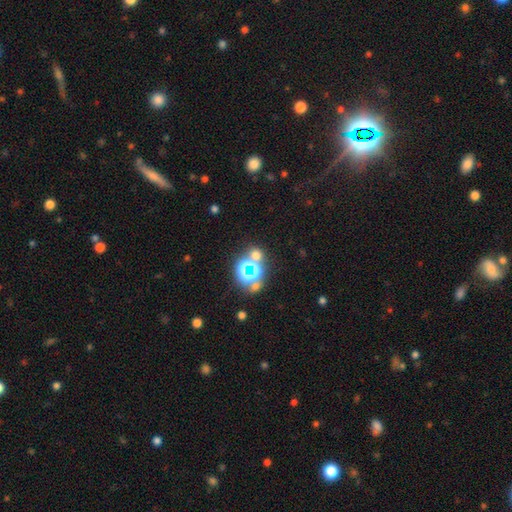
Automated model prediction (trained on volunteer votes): smooth-or-featured: smooth: 48% | star or artifact: 43% | featured or disk: 9%
  merging: none: 65% | merger: 21% | minor disturbance: 9% | major disturbance: 5%